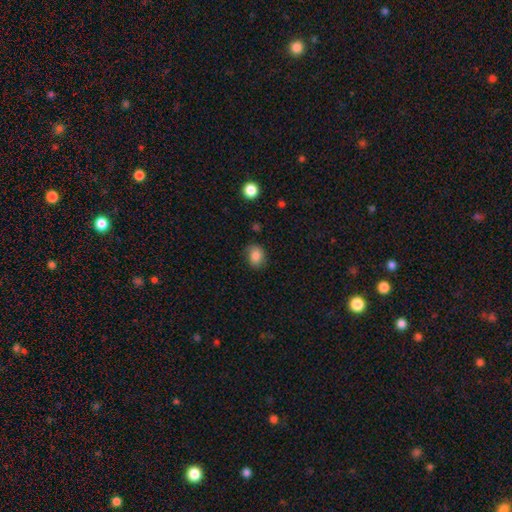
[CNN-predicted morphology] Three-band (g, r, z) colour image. It shows a smooth galaxy with no disk features (84%) that is in between round and cigar-shaped (56%). Merging: none (77%).